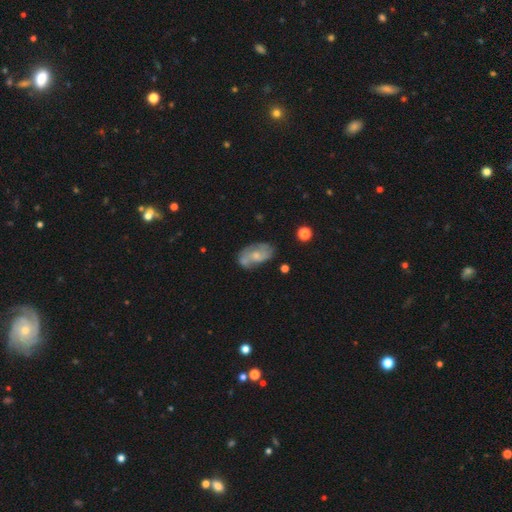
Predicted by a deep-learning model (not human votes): This appears to be a featured or disk galaxy (57%) with no bar (66%), spiral arms (70%) and a small central bulge (51%). Merging: none (52%).